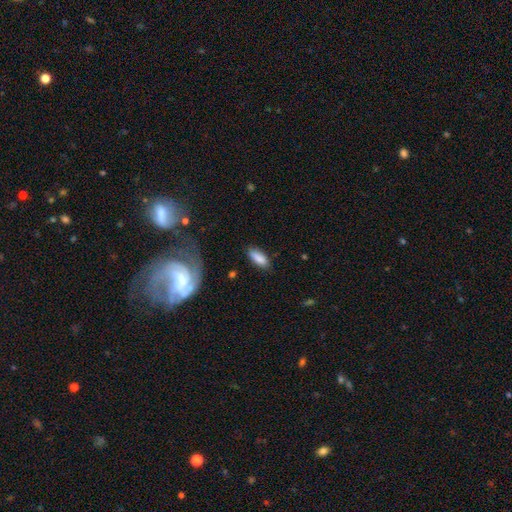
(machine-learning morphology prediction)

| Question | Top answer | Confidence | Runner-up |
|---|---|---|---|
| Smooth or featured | smooth | 82% | featured or disk (11%) |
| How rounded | in between | 78% | cigar-shaped (20%) |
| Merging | none | 78% | minor disturbance (16%) |